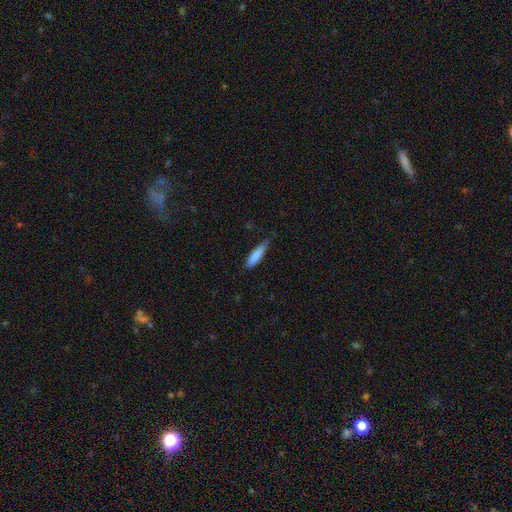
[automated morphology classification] Overall: smooth (85%). How rounded: cigar-shaped (72%). Merging: none (68%).